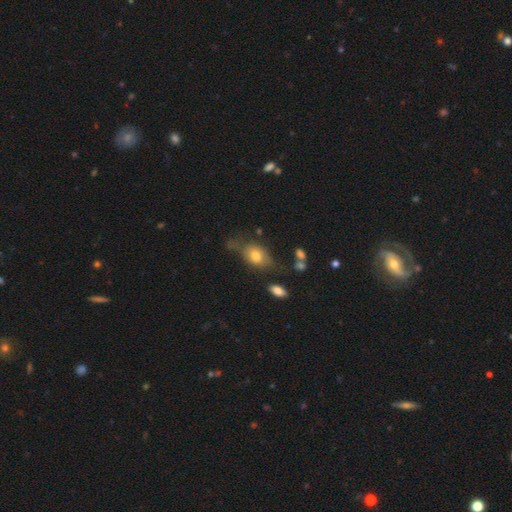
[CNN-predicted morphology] A smooth galaxy with no disk features (75%) that is in between round and cigar-shaped (79%).

Vote fractions:
- Smooth or featured? smooth: 75% / featured or disk: 17% / star or artifact: 9%
- How rounded? in between: 79% / round: 18% / cigar-shaped: 3%
- Merging? none: 51% / minor disturbance: 28% / major disturbance: 14% / merger: 6%